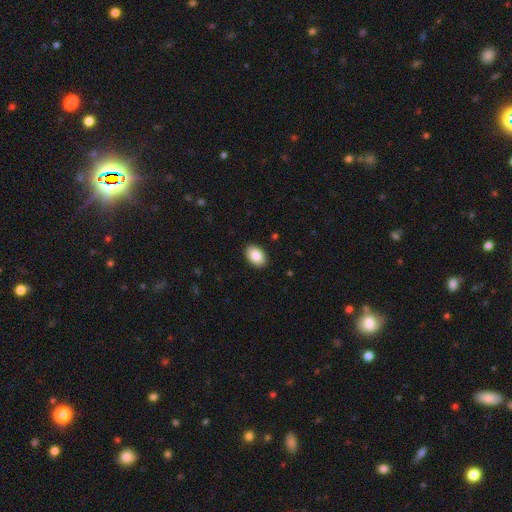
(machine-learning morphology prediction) This is clearly a smooth galaxy (86%). How rounded: clearly in between (86%). Merging: clearly none (91%).